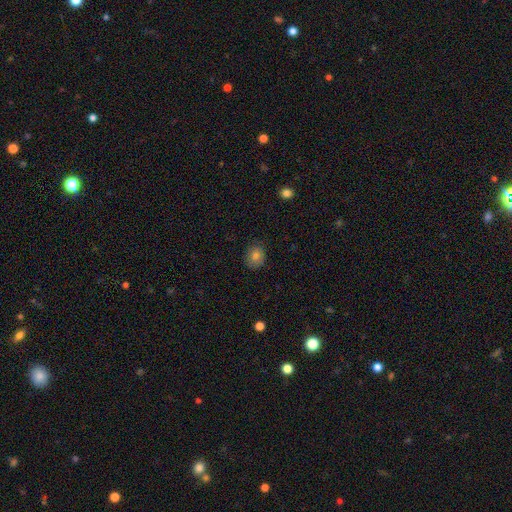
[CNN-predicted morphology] Q: Smooth or featured?
A: smooth (78%); runner-up: featured or disk (11%)
Q: How rounded?
A: round (64%); runner-up: in between (36%)
Q: Merging?
A: none (84%); runner-up: minor disturbance (13%)